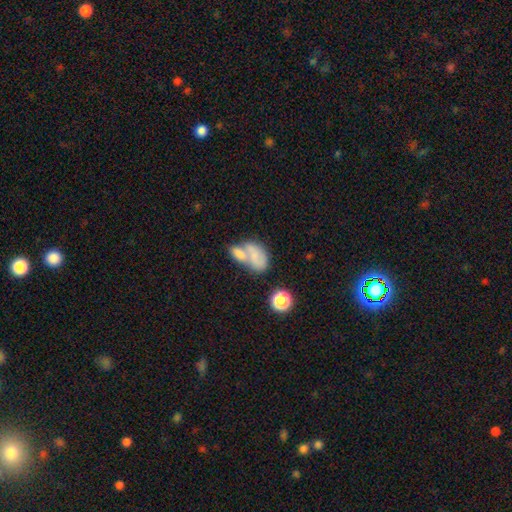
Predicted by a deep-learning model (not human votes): A smooth galaxy with no disk features (69%) that is in between round and cigar-shaped (87%).

Vote fractions:
- Smooth or featured? smooth: 69% / featured or disk: 21% / star or artifact: 10%
- How rounded? in between: 87% / round: 10% / cigar-shaped: 3%
- Merging? merger: 64% / none: 18% / minor disturbance: 10% / major disturbance: 8%